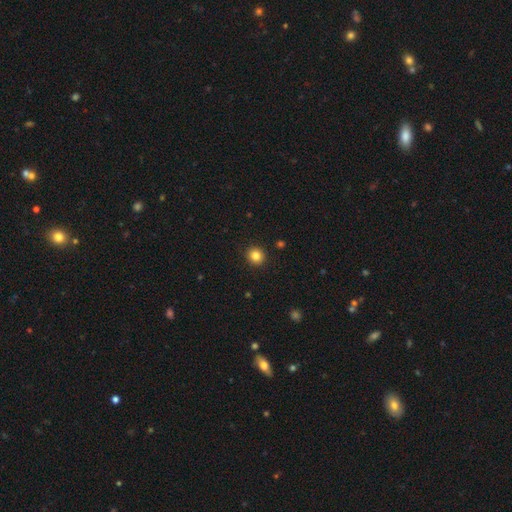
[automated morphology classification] Smooth or featured?
  - smooth: 84% *
  - star or artifact: 11%
  - featured or disk: 5%
How rounded?
  - round: 92% *
  - in between: 8%
  - cigar-shaped: 1%
Merging?
  - none: 93% *
  - minor disturbance: 5%
  - major disturbance: 2%
  - merger: 1%